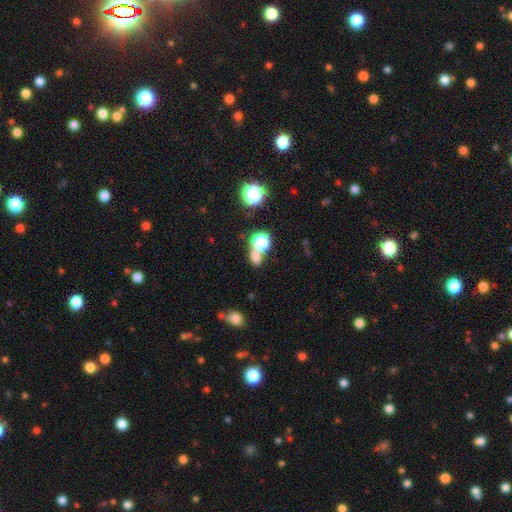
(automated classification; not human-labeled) Overall: smooth (65%; star or artifact 26%). How rounded: round (54%; in between 43%). Merging: none (47%; merger 39%).